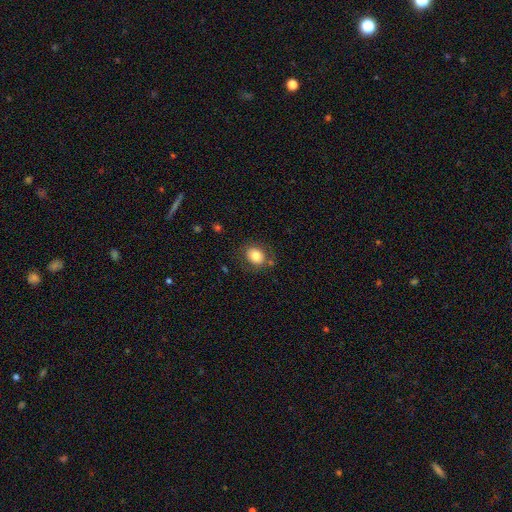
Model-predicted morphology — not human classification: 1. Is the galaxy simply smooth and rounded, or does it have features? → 78% smooth, 12% featured or disk, 9% star or artifact.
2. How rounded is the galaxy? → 57% round, 42% in between, 1% cigar-shaped.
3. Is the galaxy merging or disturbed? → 77% none, 14% minor disturbance, 5% major disturbance, 4% merger.